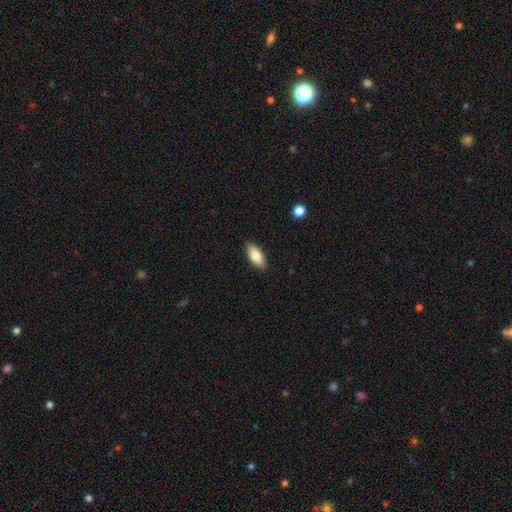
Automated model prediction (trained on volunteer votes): A smooth galaxy with no disk features (82%) that is in between round and cigar-shaped (85%). Merging: none (89%).